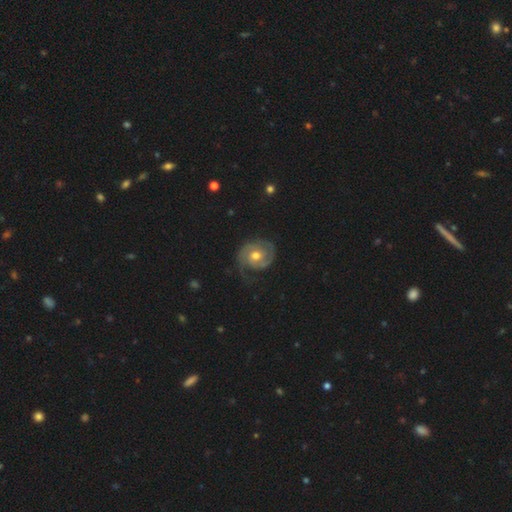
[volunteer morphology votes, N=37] This is clearly a featured or disk galaxy (86%). It is clearly not viewed edge-on (94%). Bar: likely no (60%). Spiral arm pattern: clearly yes (90%). Spiral arm count: likely 2 (70%). Spiral winding: likely tight (78%). Central bulge: likely moderate (73%). Merging: possibly none (51%).